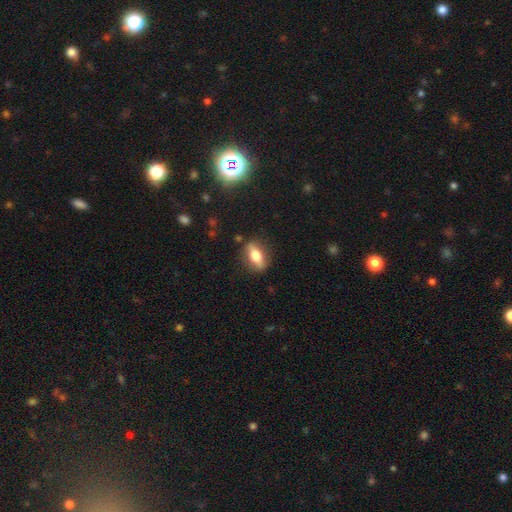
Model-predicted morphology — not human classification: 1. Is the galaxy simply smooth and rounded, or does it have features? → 60% smooth, 32% featured or disk, 8% star or artifact.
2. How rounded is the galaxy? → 72% in between, 20% cigar-shaped, 8% round.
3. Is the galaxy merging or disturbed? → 82% none, 12% minor disturbance, 4% major disturbance, 2% merger.